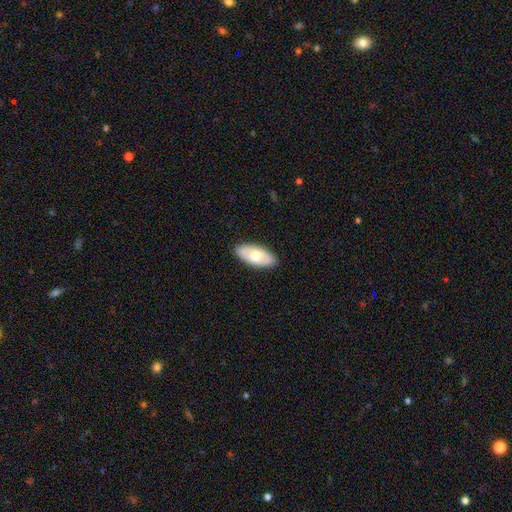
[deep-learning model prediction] Smooth or featured? Predicted: smooth (p=0.58). How rounded? Predicted: in between (p=0.90). Merging? Predicted: none (p=0.87).